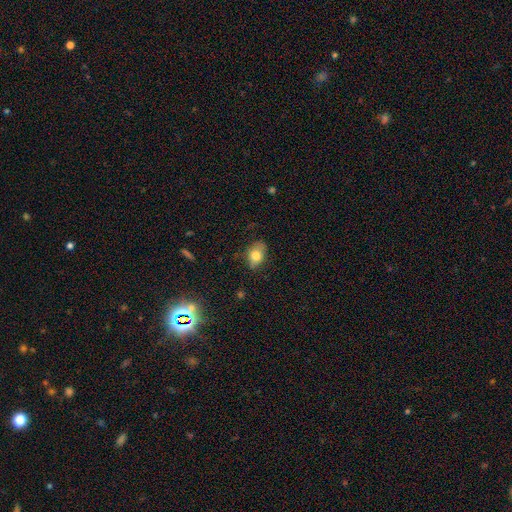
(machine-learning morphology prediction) This is likely a smooth galaxy (75%). How rounded: likely in between (78%). Merging: likely none (71%).